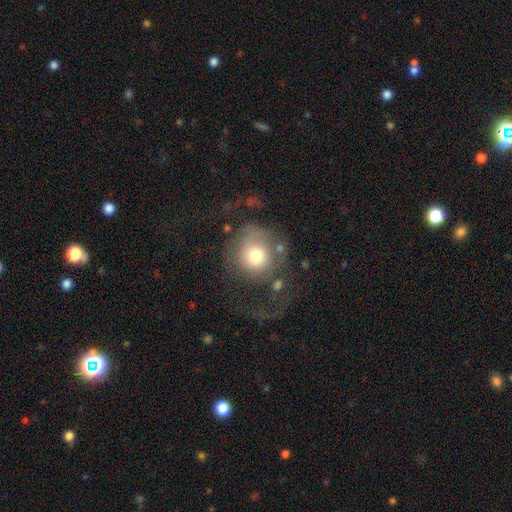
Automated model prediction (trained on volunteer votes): Q: Smooth or featured?
A: smooth (66%); runner-up: featured or disk (24%)
Q: How rounded?
A: round (88%); runner-up: in between (11%)
Q: Merging?
A: none (41%); runner-up: major disturbance (36%)